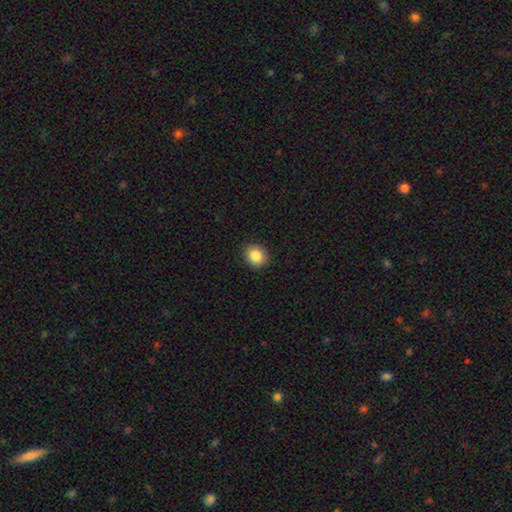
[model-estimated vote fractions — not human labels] smooth_or_featured: smooth (p=0.86) [alt: star or artifact p=0.09]
how_rounded: round (p=0.69) [alt: in between p=0.30]
merging: none (p=0.90) [alt: minor disturbance p=0.07]